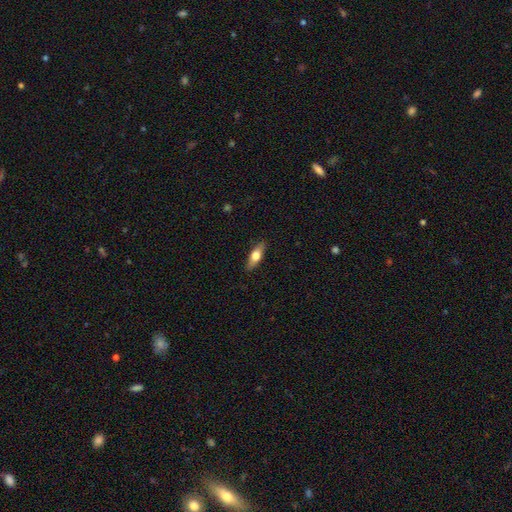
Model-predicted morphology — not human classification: Overall: smooth (57%; featured or disk 37%). How rounded: in between (52%; cigar-shaped 45%). Merging: none (88%).